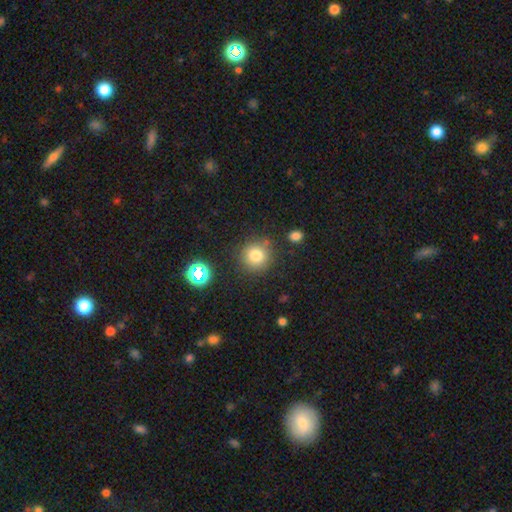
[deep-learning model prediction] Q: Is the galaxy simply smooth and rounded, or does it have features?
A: smooth — 78%.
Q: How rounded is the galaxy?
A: round — 92%.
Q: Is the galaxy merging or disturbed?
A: none — 82%.